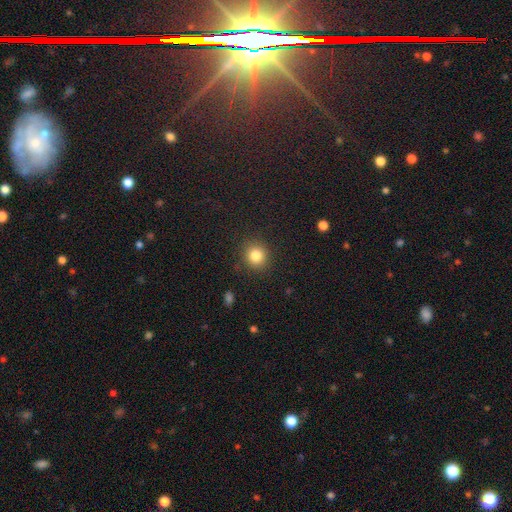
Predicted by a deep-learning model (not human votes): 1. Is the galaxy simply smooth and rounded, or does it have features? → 83% smooth, 11% star or artifact, 6% featured or disk.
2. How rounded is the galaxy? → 87% round, 12% in between, 1% cigar-shaped.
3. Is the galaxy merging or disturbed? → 88% none, 8% minor disturbance, 3% major disturbance, 1% merger.